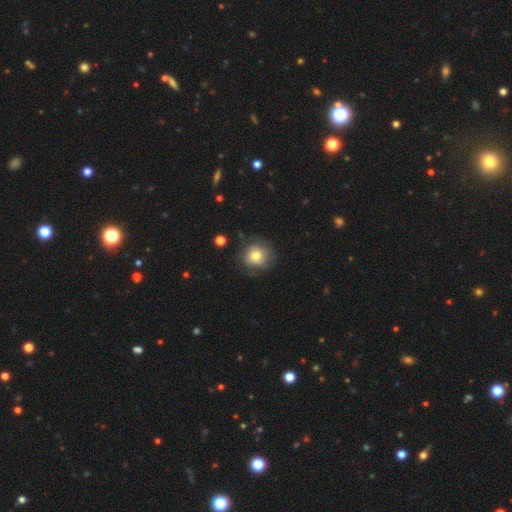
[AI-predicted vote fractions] Morphology: type=smooth (68%); roundness=round (91%); merging=none (73%).